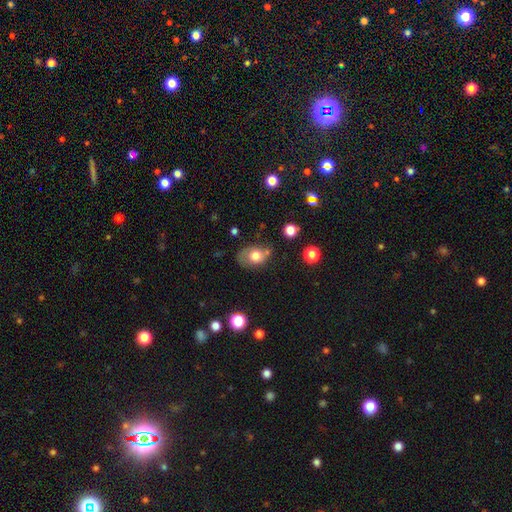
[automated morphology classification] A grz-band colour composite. It shows a smooth galaxy with no disk features (71%) that is in between round and cigar-shaped (64%). Merging: none (55%).